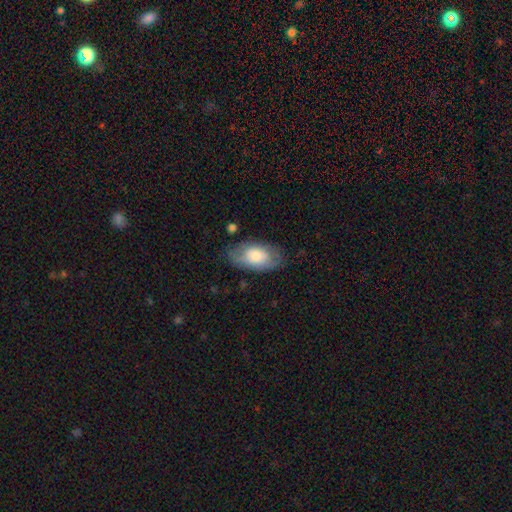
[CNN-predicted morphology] A smooth galaxy with no disk features (68%) that is in between round and cigar-shaped (94%). Merging: none (69%).